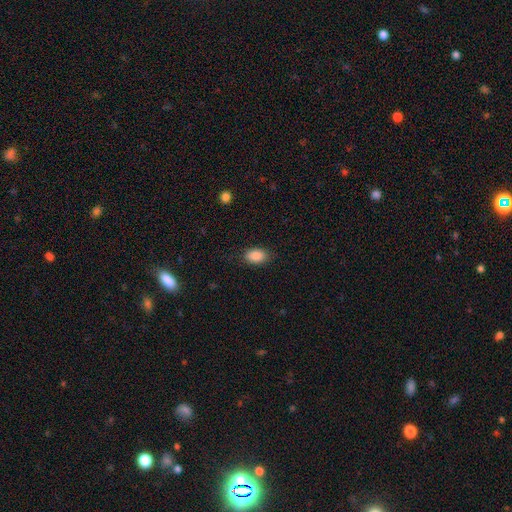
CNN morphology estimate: A smooth galaxy with no disk features (88%) that is in between round and cigar-shaped (89%).

Vote fractions:
- Smooth or featured? smooth: 88% / star or artifact: 8% / featured or disk: 4%
- How rounded? in between: 89% / round: 10% / cigar-shaped: 1%
- Merging? none: 86% / minor disturbance: 10% / major disturbance: 3% / merger: 1%